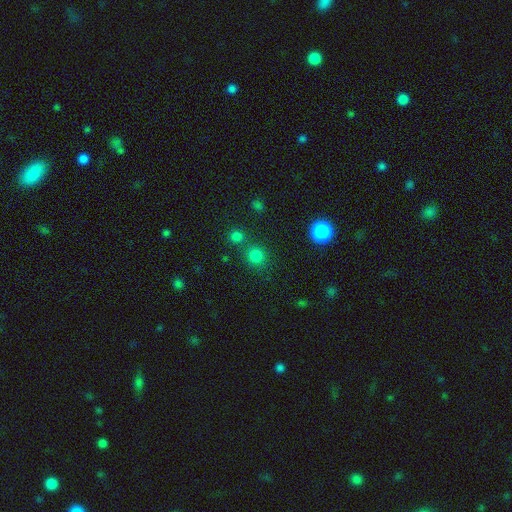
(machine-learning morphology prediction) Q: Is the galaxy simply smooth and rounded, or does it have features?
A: smooth — 78%.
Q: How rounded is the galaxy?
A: round — 91%.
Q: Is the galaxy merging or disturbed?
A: none — 74%.